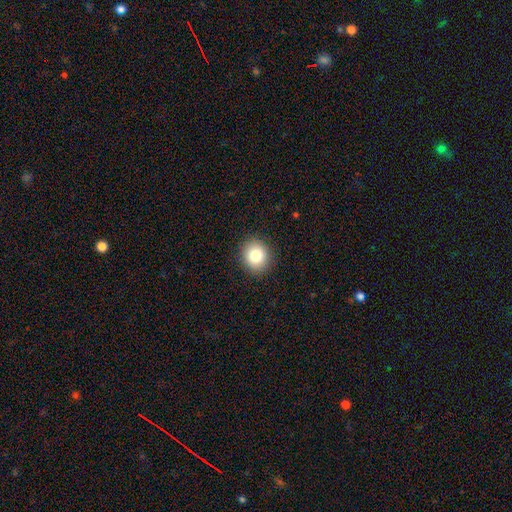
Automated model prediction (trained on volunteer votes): smooth-or-featured: smooth: 83% | star or artifact: 10% | featured or disk: 8%
  how-rounded: round: 74% | in between: 25% | cigar-shaped: 1%
  merging: none: 90% | minor disturbance: 7% | major disturbance: 2% | merger: 1%